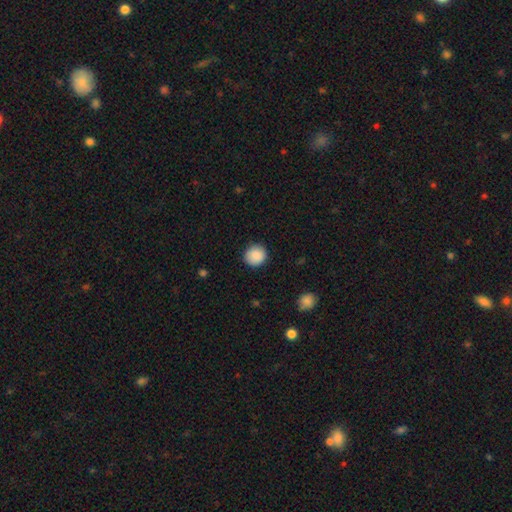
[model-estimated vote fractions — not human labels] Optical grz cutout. It shows a smooth galaxy with no disk features (89%) that is round (91%). Merging: none (89%).